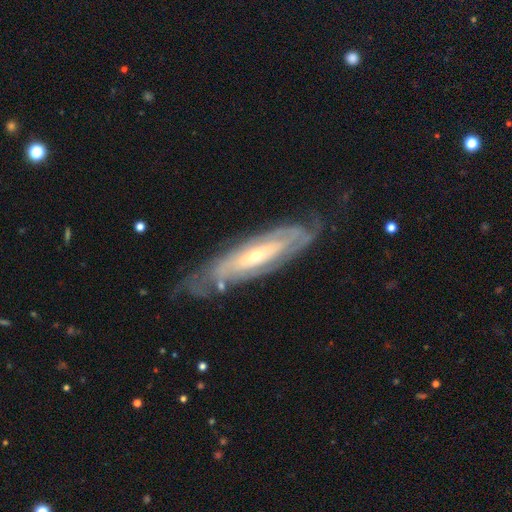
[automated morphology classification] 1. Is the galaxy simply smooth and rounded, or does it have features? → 82% featured or disk, 12% smooth, 6% star or artifact.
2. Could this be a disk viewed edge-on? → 75% no, 25% yes.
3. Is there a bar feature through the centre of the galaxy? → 61% no, 26% weak, 13% strong.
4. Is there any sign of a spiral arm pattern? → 87% yes, 13% no.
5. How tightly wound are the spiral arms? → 76% tight, 19% medium, 5% loose.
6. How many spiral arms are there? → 62% can't tell, 16% 2, 7% 3, 6% 4, 5% more than 4, 4% 1.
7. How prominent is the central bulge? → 65% small, 31% moderate, 2% large, 1% none, 1% dominant.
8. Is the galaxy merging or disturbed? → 72% none, 19% minor disturbance, 7% major disturbance, 2% merger.